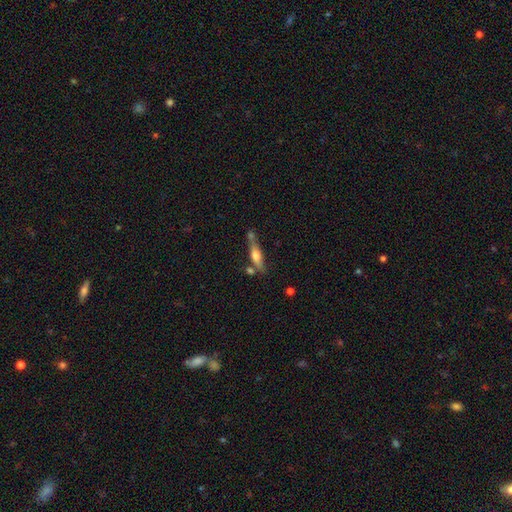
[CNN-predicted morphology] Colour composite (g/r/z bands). It shows a featured or disk galaxy (51%) viewed edge-on (90%). Merging: none (59%).